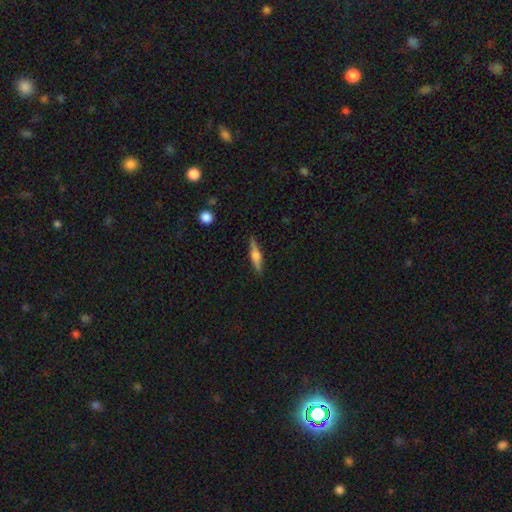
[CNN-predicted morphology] Smooth or featured? featured or disk (55%)
Edge-on disk? yes (97%)
Edge-on bulge? rounded (81%)
Merging? none (87%)